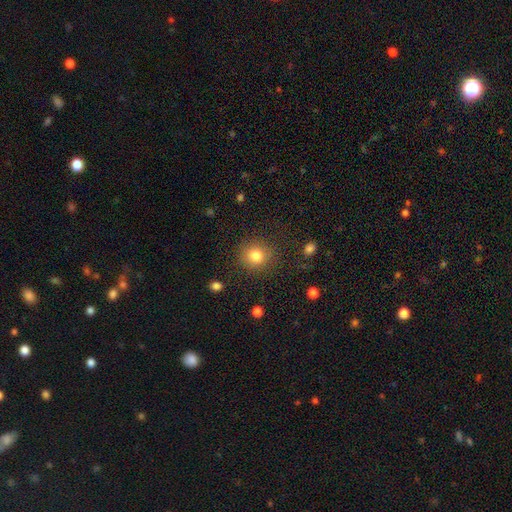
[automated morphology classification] smooth 81%, star or artifact 11%, featured or disk 7%. Down the decision tree: how rounded — round (88%); merging — none (87%).